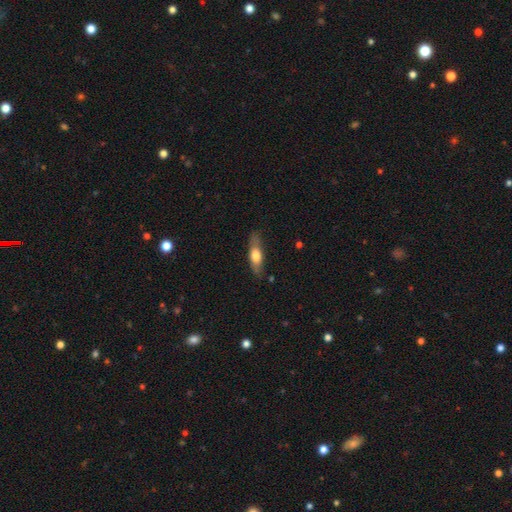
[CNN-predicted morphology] This is possibly a smooth galaxy (57%). How rounded: possibly cigar-shaped (60%). Merging: likely none (78%).